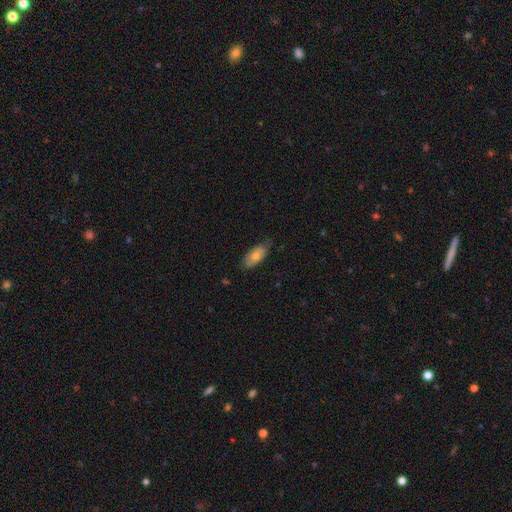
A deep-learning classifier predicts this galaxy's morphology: A smooth galaxy with no disk features (66%) that is in between round and cigar-shaped (85%). Merging: none (72%).